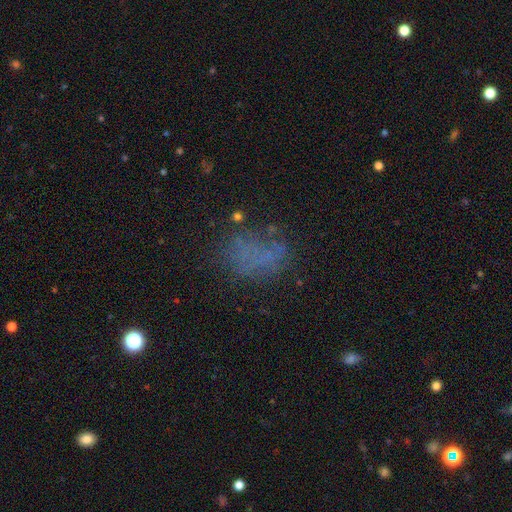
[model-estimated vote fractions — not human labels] Smooth or featured? smooth (50%)
How rounded? in between (70%)
Merging? none (56%)